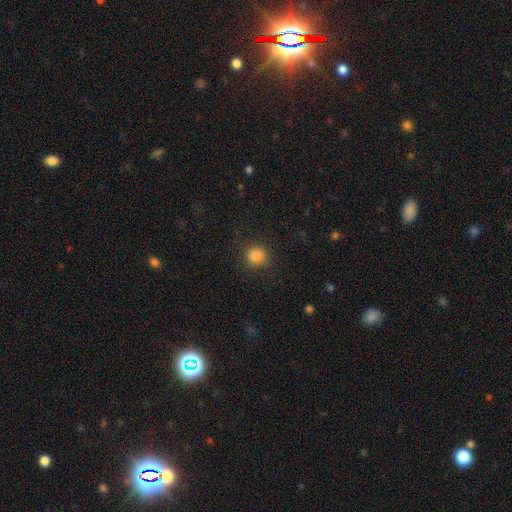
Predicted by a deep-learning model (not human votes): Smooth or featured: smooth — 85% (star or artifact — 12%)
How rounded: round — 91% (in between — 8%)
Merging: none — 90% (minor disturbance — 7%)